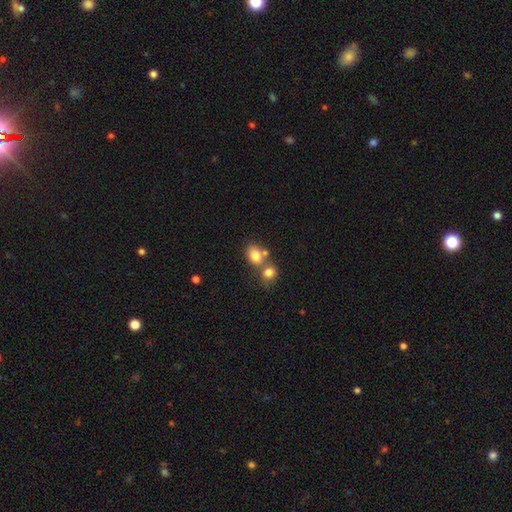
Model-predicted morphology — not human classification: type=smooth (78%); roundness=in between (61%); merging=merger (46%).